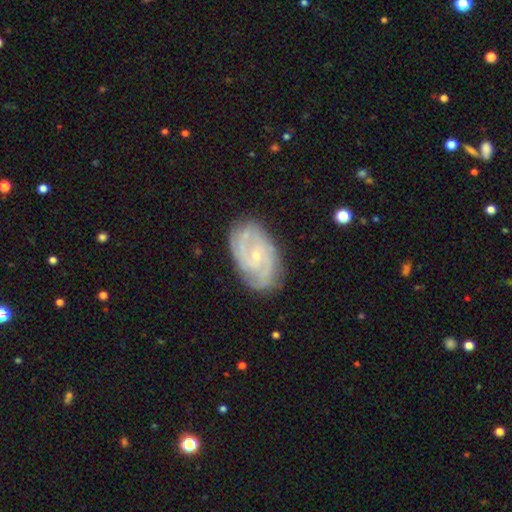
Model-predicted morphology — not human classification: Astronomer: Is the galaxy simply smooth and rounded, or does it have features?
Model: featured or disk — 83%.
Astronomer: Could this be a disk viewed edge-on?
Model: no — 96%.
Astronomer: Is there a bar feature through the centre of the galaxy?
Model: no — 63%.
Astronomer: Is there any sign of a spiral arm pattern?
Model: yes — 94%.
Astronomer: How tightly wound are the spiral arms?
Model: tight — 56% (runner-up: medium, 35%).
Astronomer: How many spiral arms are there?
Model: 2 — 37% (runner-up: can't tell, 25%).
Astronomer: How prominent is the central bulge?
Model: small — 80%.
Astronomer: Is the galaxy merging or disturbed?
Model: none — 78%.